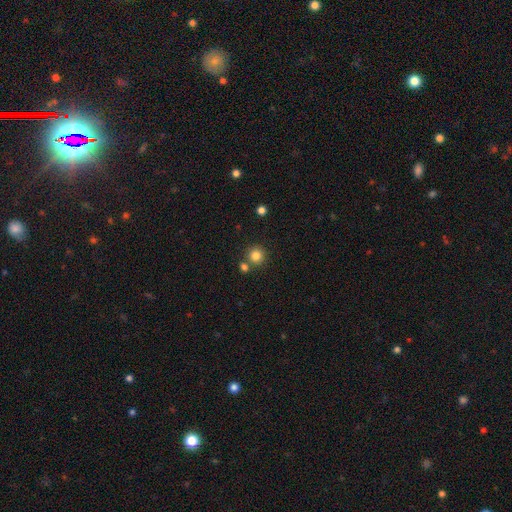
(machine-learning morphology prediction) smooth-or-featured: smooth: 83% | star or artifact: 12% | featured or disk: 5%
  how-rounded: round: 94% | in between: 5% | cigar-shaped: 1%
  merging: none: 75% | merger: 15% | minor disturbance: 7% | major disturbance: 2%